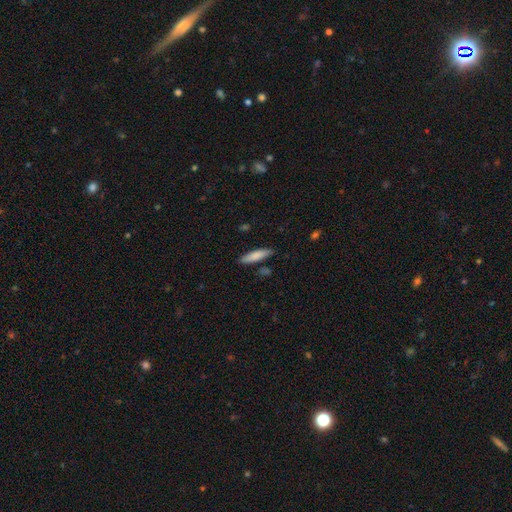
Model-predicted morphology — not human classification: Q: Smooth or featured?
A: smooth (82%); runner-up: featured or disk (12%)
Q: How rounded?
A: cigar-shaped (78%); runner-up: in between (21%)
Q: Merging?
A: none (85%); runner-up: minor disturbance (10%)